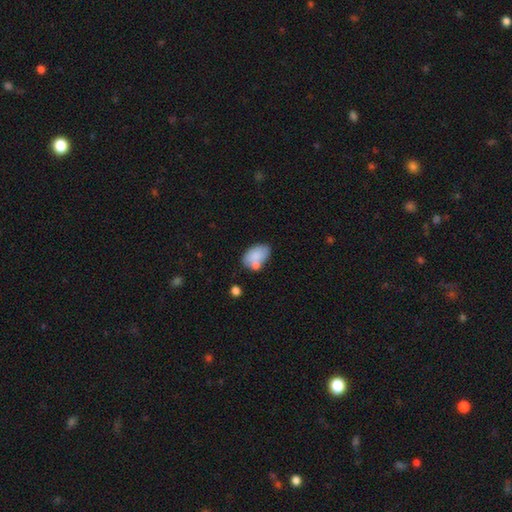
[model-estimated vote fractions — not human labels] This appears to be a smooth galaxy with no disk features (79%) that is in between round and cigar-shaped (90%). Merging: none (53%).